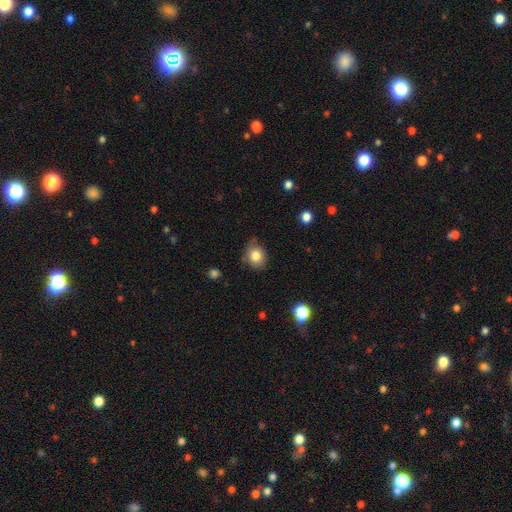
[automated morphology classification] A smooth galaxy with no disk features (81%) that is round (61%).

Vote fractions:
- Smooth or featured? smooth: 81% / star or artifact: 10% / featured or disk: 9%
- How rounded? round: 61% / in between: 38% / cigar-shaped: 1%
- Merging? none: 67% / minor disturbance: 26% / major disturbance: 5% / merger: 2%